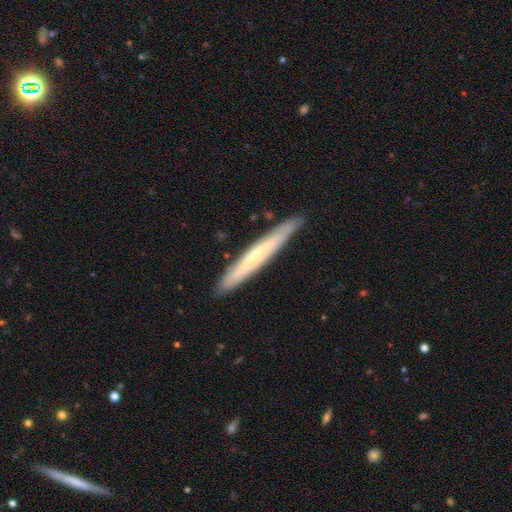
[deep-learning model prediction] smooth-or-featured: featured or disk: 56% | smooth: 38% | star or artifact: 6%
  disk-edge-on: yes: 88% | no: 12%
  merging: none: 88% | minor disturbance: 9% | major disturbance: 2% | merger: 1%